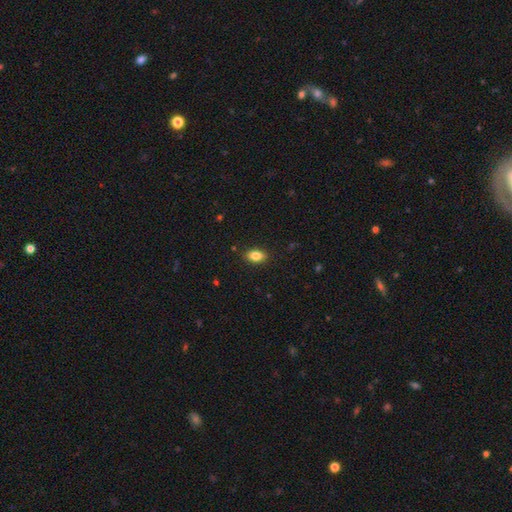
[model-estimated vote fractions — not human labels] Smooth or featured? smooth (84%)
How rounded? in between (88%)
Merging? none (88%)